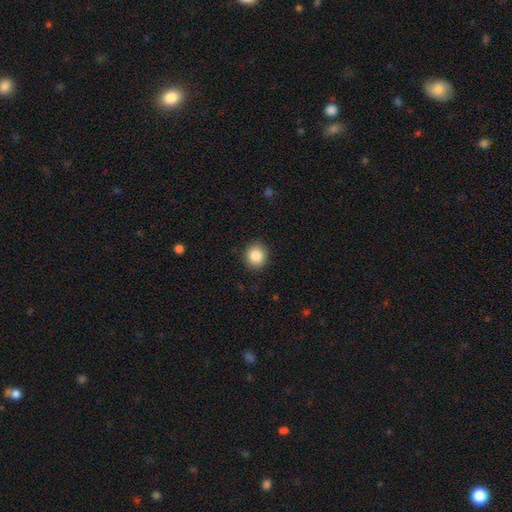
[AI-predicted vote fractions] smooth-or-featured: smooth: 86% | star or artifact: 9% | featured or disk: 5%
  how-rounded: round: 88% | in between: 12% | cigar-shaped: 1%
  merging: none: 91% | minor disturbance: 6% | major disturbance: 2% | merger: 1%